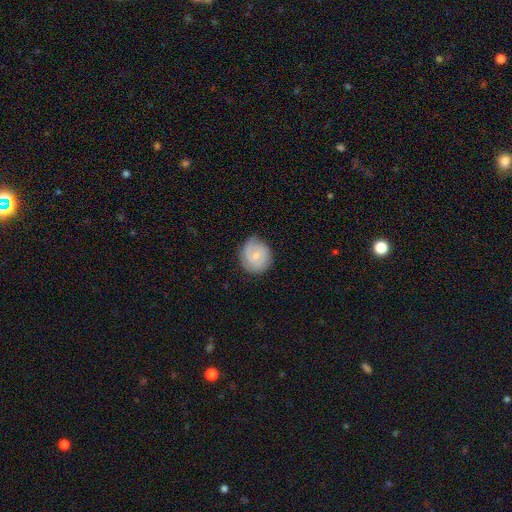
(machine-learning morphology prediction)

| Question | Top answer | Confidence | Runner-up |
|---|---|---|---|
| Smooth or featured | featured or disk | 48% | smooth (46%) |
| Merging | none | 74% | minor disturbance (21%) |